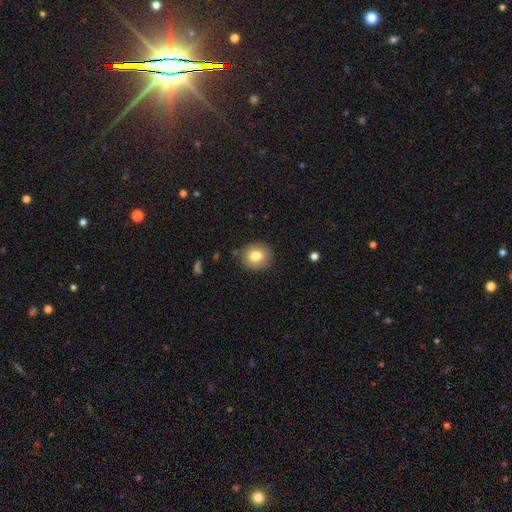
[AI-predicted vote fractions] Smooth or featured? smooth (80%)
How rounded? round (76%)
Merging? none (85%)